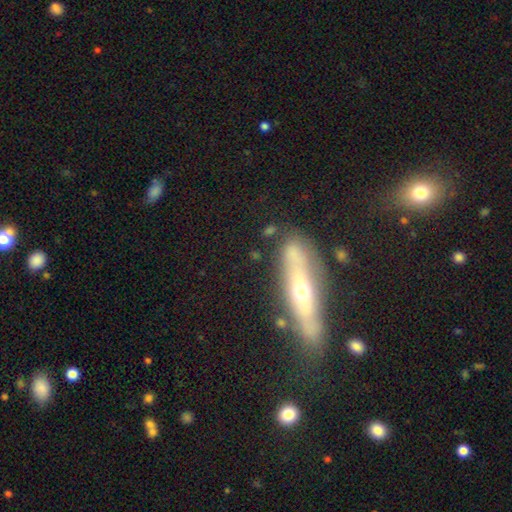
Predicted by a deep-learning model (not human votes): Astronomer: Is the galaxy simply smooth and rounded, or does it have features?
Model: featured or disk — 52% (runner-up: smooth, 37%).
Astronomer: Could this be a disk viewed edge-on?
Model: yes — 67%.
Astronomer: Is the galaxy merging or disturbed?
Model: none — 69%.